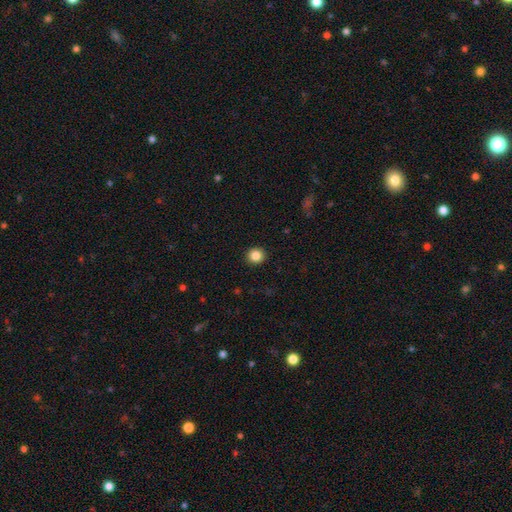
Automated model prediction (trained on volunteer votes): Q: Smooth or featured?
A: smooth (86%); runner-up: star or artifact (10%)
Q: How rounded?
A: round (90%); runner-up: in between (9%)
Q: Merging?
A: none (93%); runner-up: minor disturbance (5%)